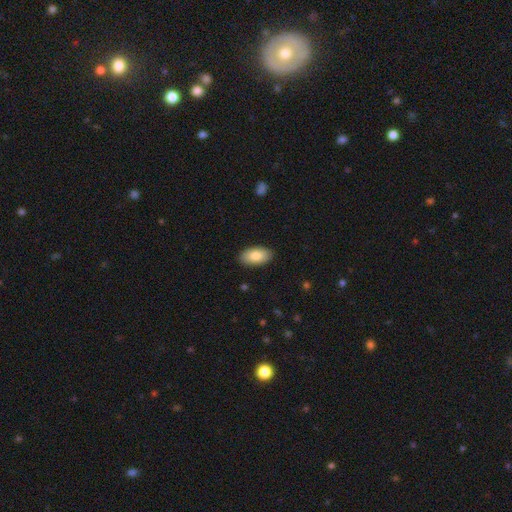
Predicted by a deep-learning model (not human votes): Smooth or featured?
  - smooth: 84% *
  - featured or disk: 10%
  - star or artifact: 6%
How rounded?
  - in between: 95% *
  - round: 3%
  - cigar-shaped: 2%
Merging?
  - none: 88% *
  - minor disturbance: 9%
  - major disturbance: 2%
  - merger: 1%